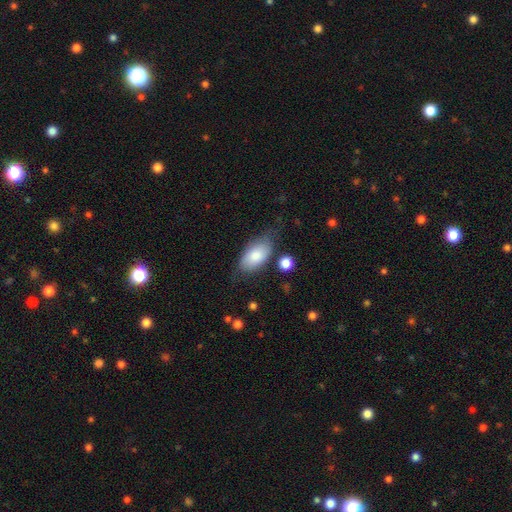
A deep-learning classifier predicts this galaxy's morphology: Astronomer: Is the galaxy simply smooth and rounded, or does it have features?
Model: smooth — 79%.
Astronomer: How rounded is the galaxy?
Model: in between — 93%.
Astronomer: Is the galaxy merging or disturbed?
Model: none — 62%.